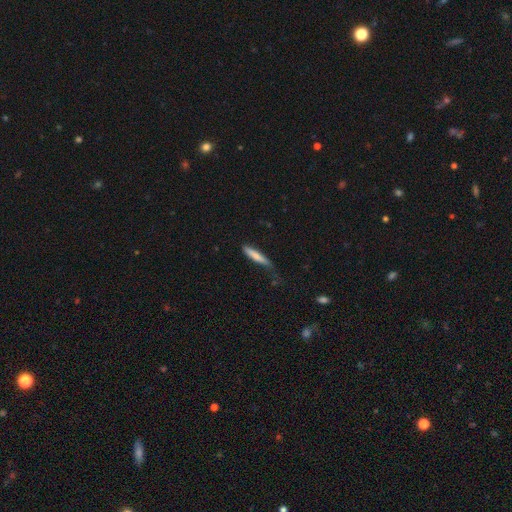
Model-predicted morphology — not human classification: The model was most divided on "merging": none: 56%, minor disturbance: 32%, major disturbance: 9%, merger: 2%. More confident: how rounded — cigar-shaped (89%); smooth or featured — smooth (75%).